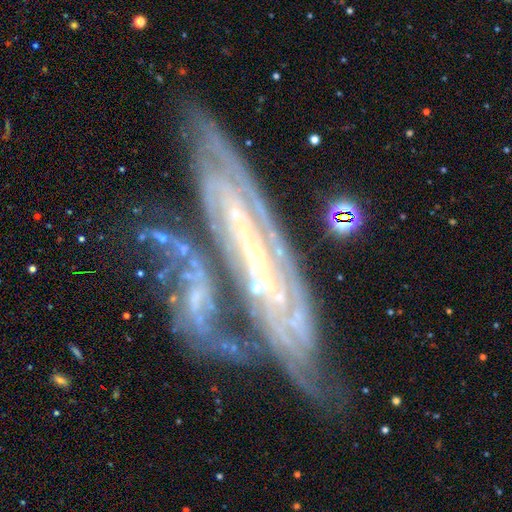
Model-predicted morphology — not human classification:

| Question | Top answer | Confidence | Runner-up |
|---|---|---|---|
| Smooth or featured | featured or disk | 84% | star or artifact (8%) |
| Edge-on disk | no | 76% | yes (24%) |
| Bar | strong | 36% | no (34%) |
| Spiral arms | yes | 92% | no (8%) |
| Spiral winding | tight | 69% | medium (24%) |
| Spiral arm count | can't tell | 41% | 2 (26%) |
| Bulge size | small | 80% | moderate (12%) |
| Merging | none | 39% | merger (37%) |